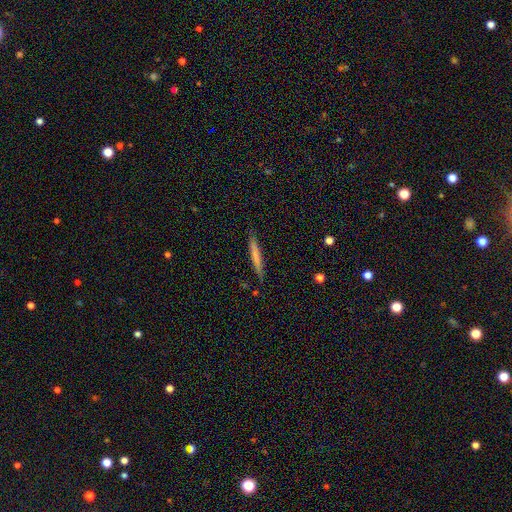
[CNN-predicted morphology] The model was most divided on "smooth or featured": smooth: 67%, featured or disk: 27%, star or artifact: 6%. More confident: how rounded — cigar-shaped (96%); merging — none (86%).